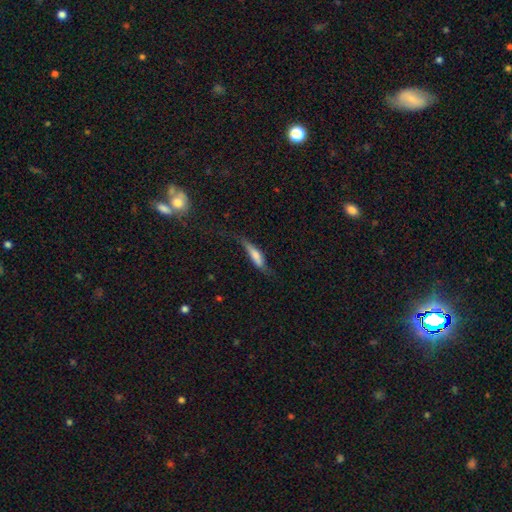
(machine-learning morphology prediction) Q: Smooth or featured?
A: smooth (62%); runner-up: featured or disk (31%)
Q: How rounded?
A: cigar-shaped (69%); runner-up: in between (28%)
Q: Merging?
A: none (46%); runner-up: minor disturbance (30%)